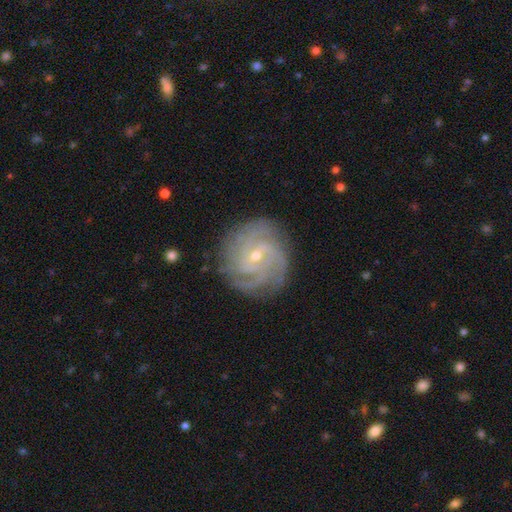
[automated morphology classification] This is clearly a featured or disk galaxy (87%). It is clearly not viewed edge-on (97%). Bar: possibly weak (48%). Spiral arm pattern: clearly yes (97%). Spiral arm count: marginally 4 (29%). Spiral winding: likely tight (68%). Central bulge: likely small (69%). Merging: clearly none (81%).